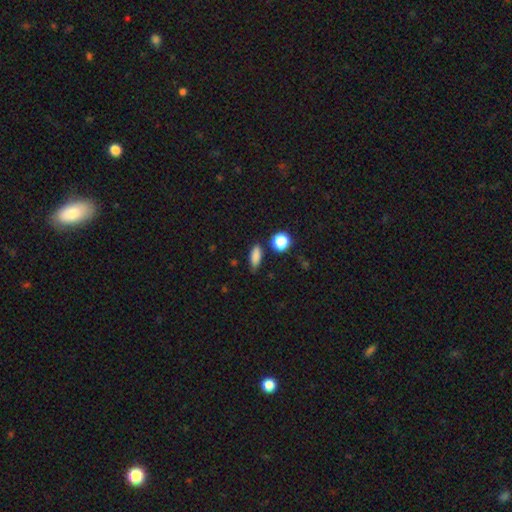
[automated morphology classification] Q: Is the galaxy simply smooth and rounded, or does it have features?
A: smooth — 84%.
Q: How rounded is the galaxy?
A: in between — 66%.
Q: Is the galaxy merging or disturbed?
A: none — 75%.